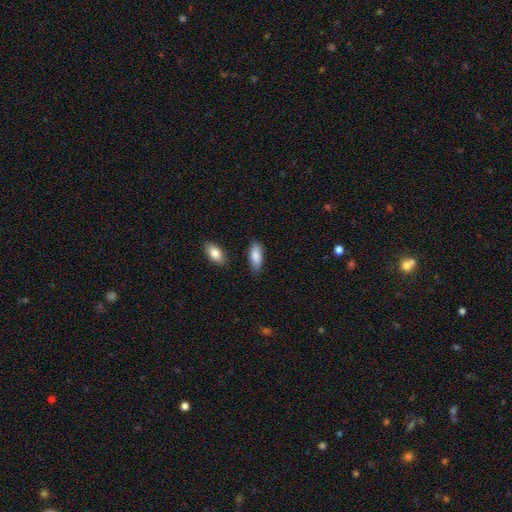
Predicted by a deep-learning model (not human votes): smooth 85%, featured or disk 9%, star or artifact 6%. Down the decision tree: how rounded — in between (78%); merging — none (81%).